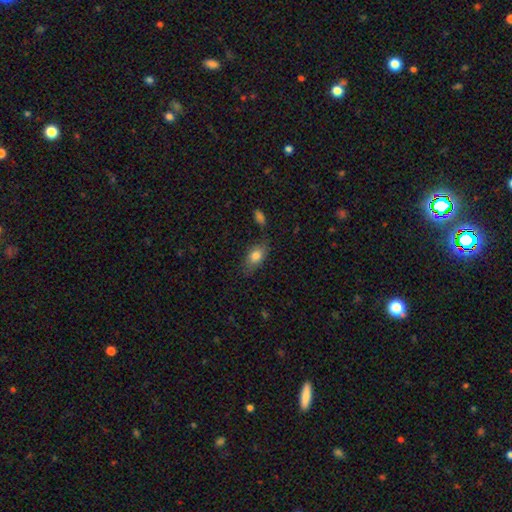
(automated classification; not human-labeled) smooth_or_featured: smooth (p=0.79) [alt: featured or disk p=0.13]
how_rounded: in between (p=0.86) [alt: round p=0.08]
merging: none (p=0.75) [alt: minor disturbance p=0.17]